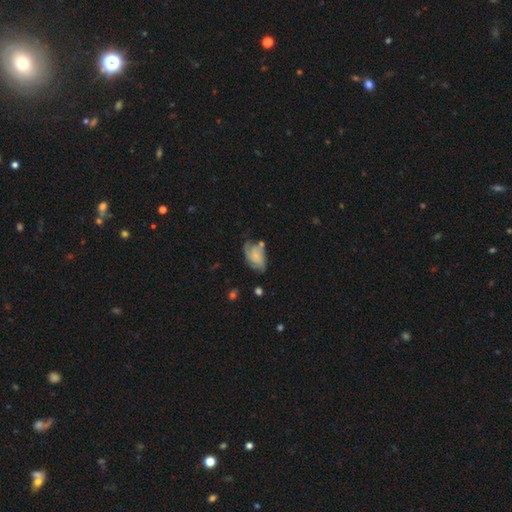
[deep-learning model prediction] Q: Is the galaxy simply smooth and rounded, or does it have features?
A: featured or disk — 62%.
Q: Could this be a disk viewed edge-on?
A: no — 97%.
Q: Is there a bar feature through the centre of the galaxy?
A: no — 74%.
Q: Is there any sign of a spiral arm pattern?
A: yes — 89%.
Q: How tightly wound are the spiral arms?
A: tight — 40%, tied with medium.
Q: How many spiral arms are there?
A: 3 — 32%.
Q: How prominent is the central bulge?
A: small — 56%.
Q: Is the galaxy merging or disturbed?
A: none — 47%.